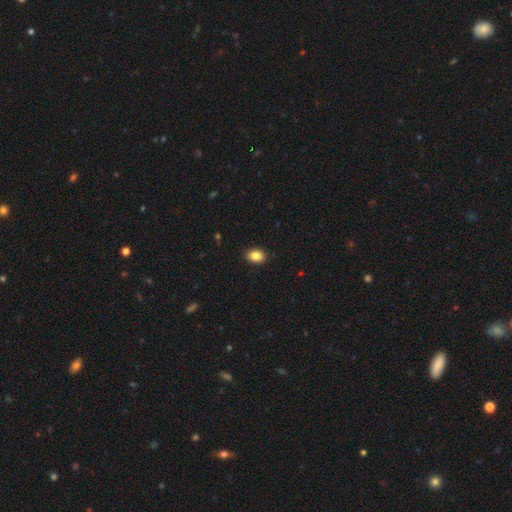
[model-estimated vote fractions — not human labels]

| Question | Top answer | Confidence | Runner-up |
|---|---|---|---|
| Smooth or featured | smooth | 86% | star or artifact (9%) |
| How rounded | in between | 76% | round (23%) |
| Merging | none | 90% | minor disturbance (7%) |